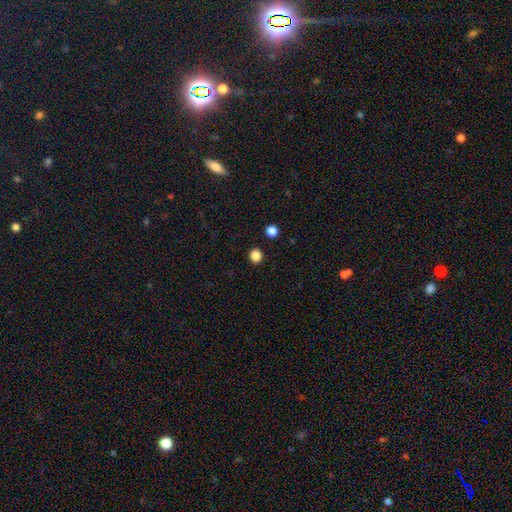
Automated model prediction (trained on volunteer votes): This is clearly a smooth galaxy (85%). How rounded: clearly round (84%). Merging: clearly none (92%).